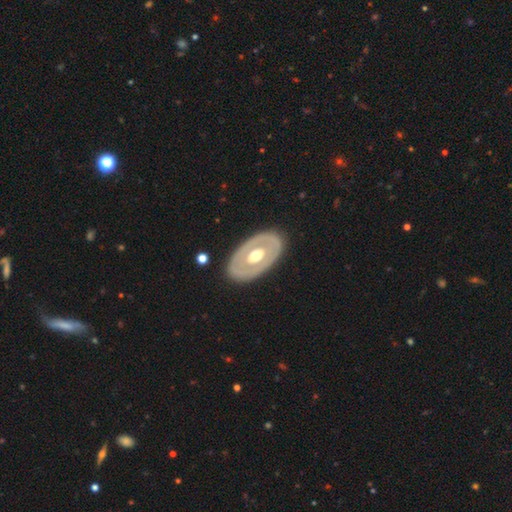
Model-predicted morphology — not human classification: Overall: featured or disk (62%; smooth 34%). Edge-on disk: no (88%). Bar: no (84%). Spiral arms: no (90%). Bulge size: moderate (72%). Merging: none (85%).